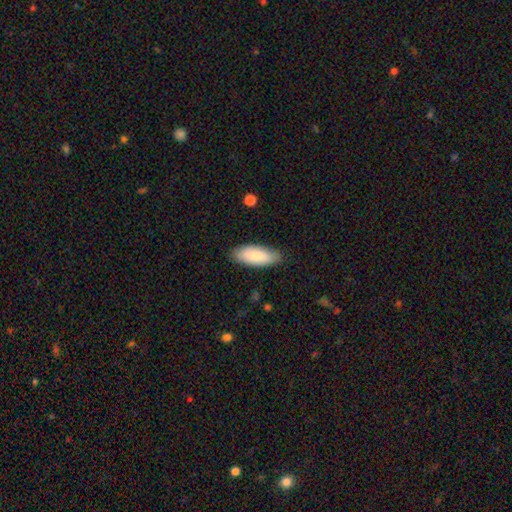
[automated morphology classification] smooth-or-featured: smooth: 82% | featured or disk: 13% | star or artifact: 5%
  how-rounded: in between: 81% | cigar-shaped: 17% | round: 2%
  merging: none: 84% | minor disturbance: 13% | major disturbance: 2% | merger: 1%